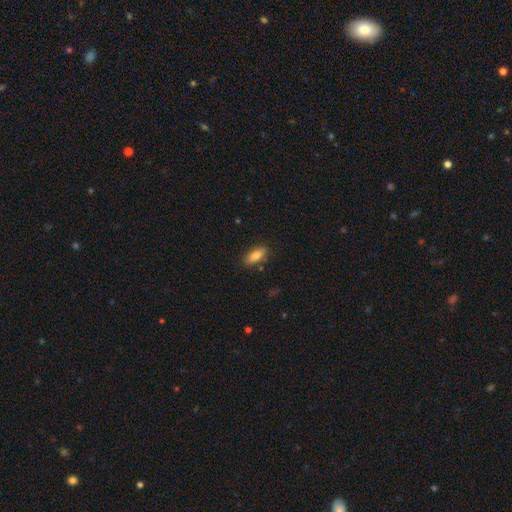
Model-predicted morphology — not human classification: The model was most divided on "how rounded": in between: 73%, cigar-shaped: 25%, round: 3%. More confident: merging — none (84%); smooth or featured — smooth (80%).